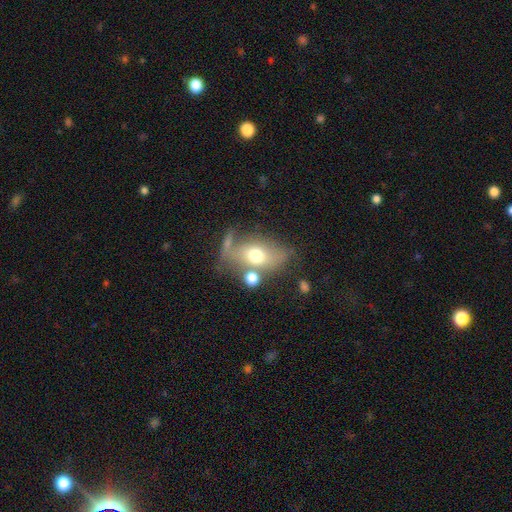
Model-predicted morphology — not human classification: The model was most divided on "smooth or featured": smooth: 56%, featured or disk: 34%, star or artifact: 10%. Remaining: how rounded — in between (79%); merging — none (44%).